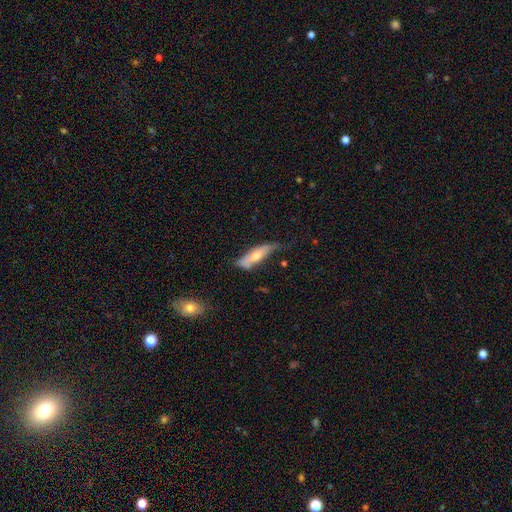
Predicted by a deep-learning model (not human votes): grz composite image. It shows a smooth galaxy with no disk features (52%) that is cigar-shaped (57%). Merging: none (43%).